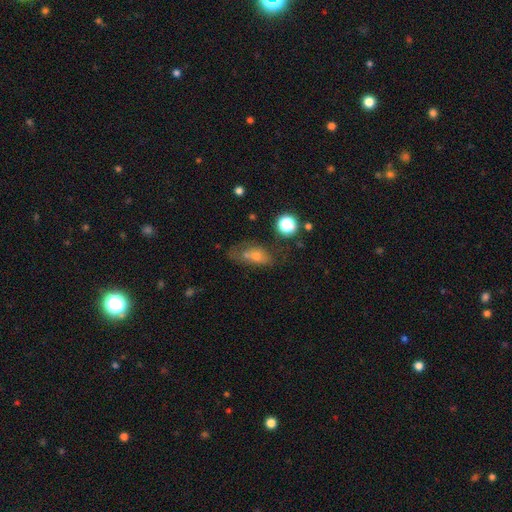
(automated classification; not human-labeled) Smooth or featured?
  - smooth: 52% *
  - featured or disk: 30%
  - star or artifact: 18%
How rounded?
  - in between: 72% *
  - round: 16%
  - cigar-shaped: 13%
Merging?
  - none: 40% *
  - minor disturbance: 23%
  - major disturbance: 20%
  - merger: 17%